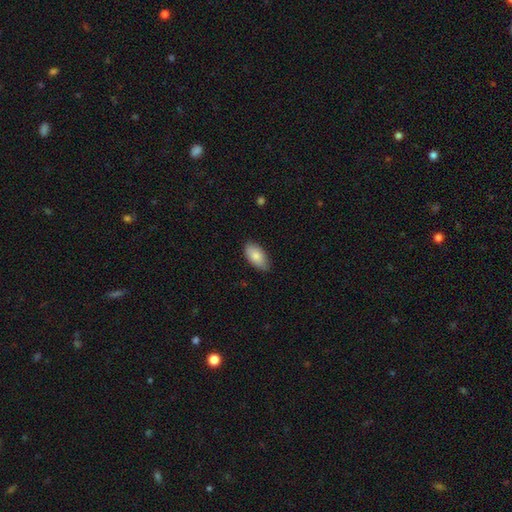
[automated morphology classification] Smooth or featured? Predicted: smooth (p=0.84). How rounded? Predicted: in between (p=0.94). Merging? Predicted: none (p=0.82).